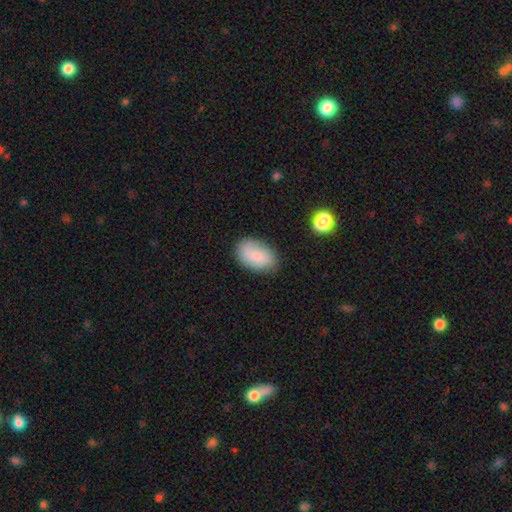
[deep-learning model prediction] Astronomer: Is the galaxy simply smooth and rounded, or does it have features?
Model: smooth — 81%.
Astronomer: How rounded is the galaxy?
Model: in between — 89%.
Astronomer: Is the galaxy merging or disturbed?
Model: none — 78%.